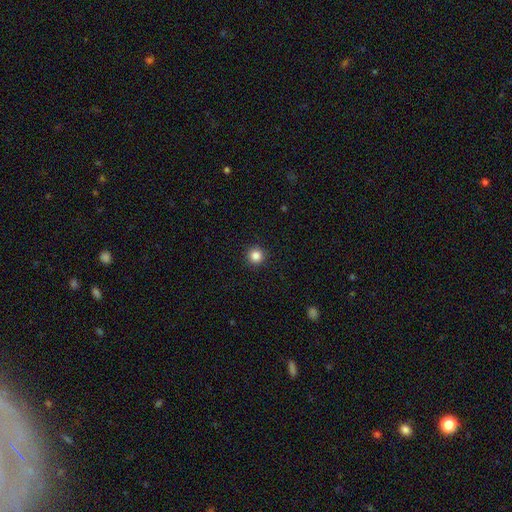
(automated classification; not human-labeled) A smooth galaxy with no disk features (85%) that is round (96%). Merging: none (93%).